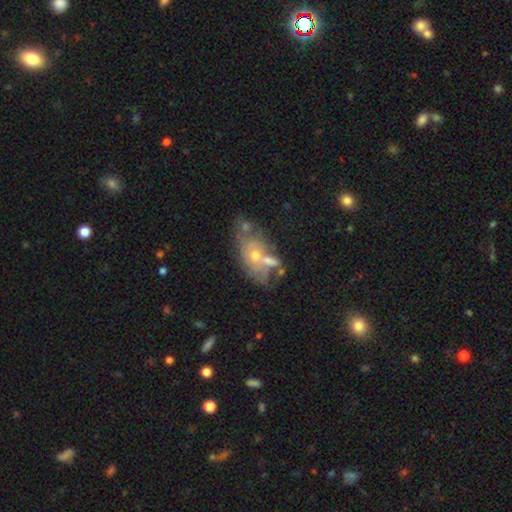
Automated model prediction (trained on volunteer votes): Morphology: type=featured or disk (54%); edge-on=no (90%); merging=none (32%, tied with merger).